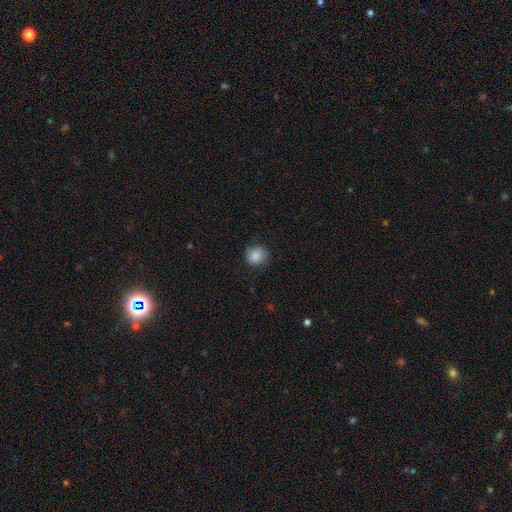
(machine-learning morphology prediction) smooth-or-featured: smooth: 87% | star or artifact: 8% | featured or disk: 5%
  how-rounded: round: 87% | in between: 12% | cigar-shaped: 1%
  merging: none: 83% | minor disturbance: 13% | major disturbance: 4% | merger: 1%